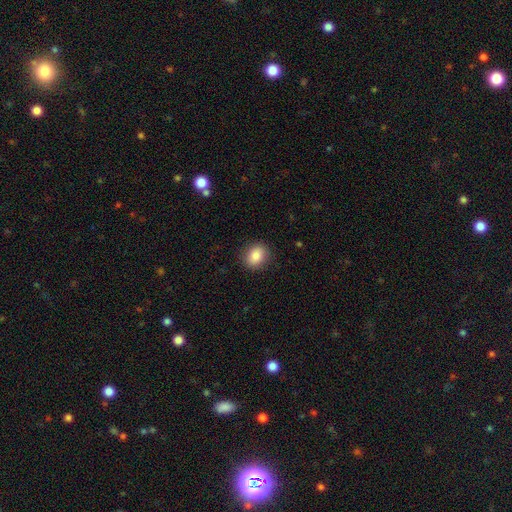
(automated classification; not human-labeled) Q: Smooth or featured?
A: smooth (85%); runner-up: star or artifact (9%)
Q: How rounded?
A: round (60%); runner-up: in between (39%)
Q: Merging?
A: none (88%); runner-up: minor disturbance (8%)